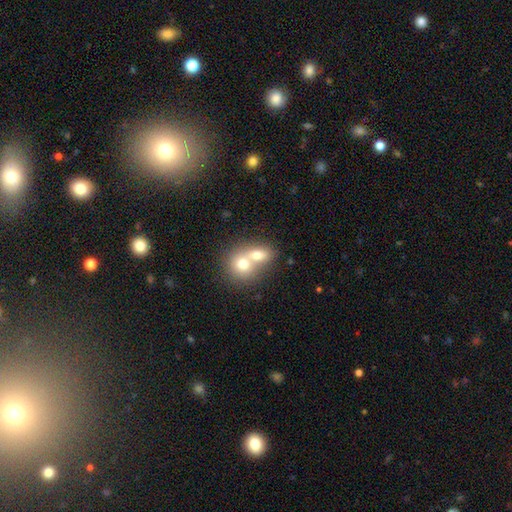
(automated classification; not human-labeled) A smooth galaxy with no disk features (65%) that is round (67%).

Vote fractions:
- Smooth or featured? smooth: 65% / featured or disk: 22% / star or artifact: 13%
- How rounded? round: 67% / in between: 32% / cigar-shaped: 2%
- Merging? merger: 66% / none: 26% / minor disturbance: 5% / major disturbance: 3%